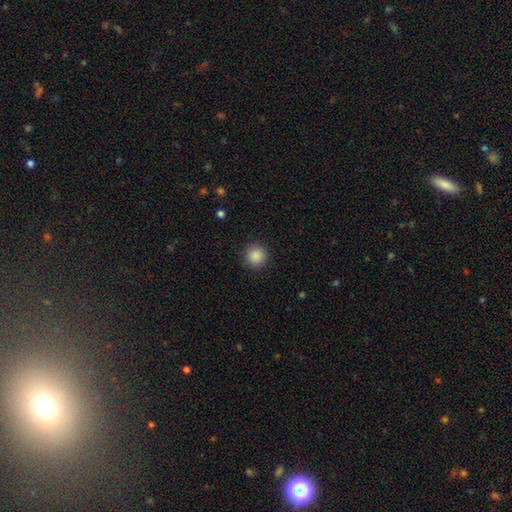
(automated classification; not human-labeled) This appears to be a smooth galaxy with no disk features (88%) that is round (95%). Merging: none (91%).